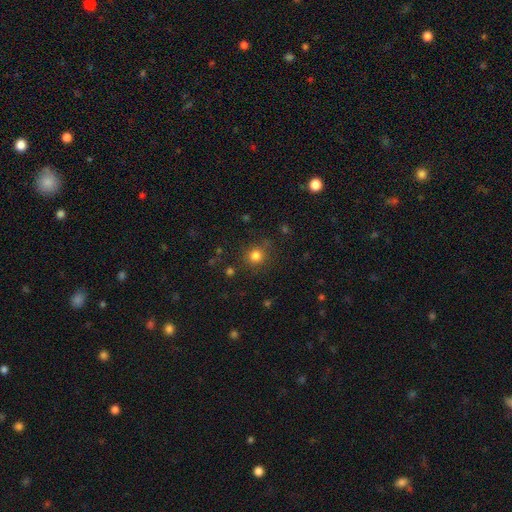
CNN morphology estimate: A smooth galaxy with no disk features (81%) that is round (91%). Merging: none (84%).